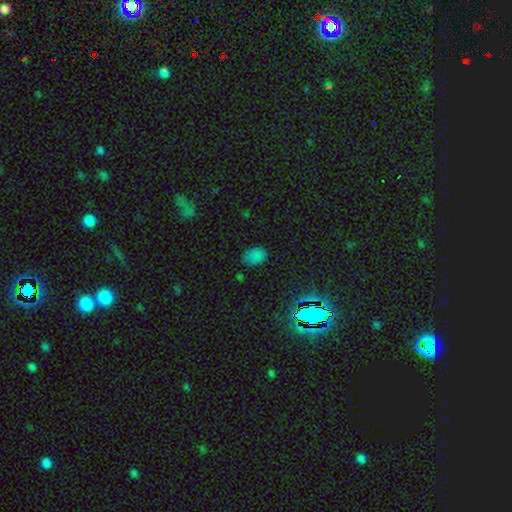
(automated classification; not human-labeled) A smooth galaxy with no disk features (71%) that is in between round and cigar-shaped (78%).

Vote fractions:
- Smooth or featured? smooth: 71% / star or artifact: 23% / featured or disk: 5%
- How rounded? in between: 78% / round: 21% / cigar-shaped: 1%
- Merging? none: 77% / minor disturbance: 17% / major disturbance: 5% / merger: 2%